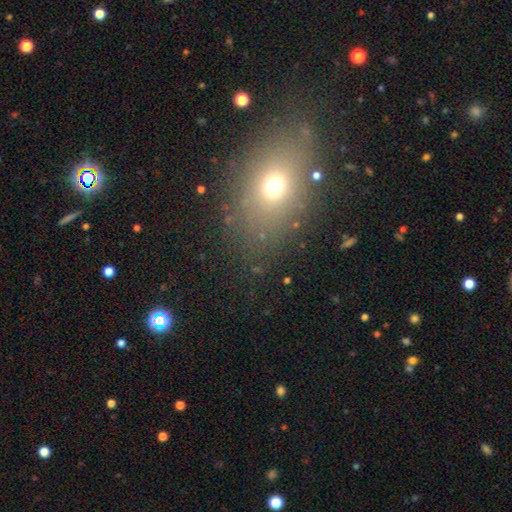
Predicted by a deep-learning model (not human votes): A smooth galaxy with no disk features (60%) that is in between round and cigar-shaped (68%). Merging: none (82%).